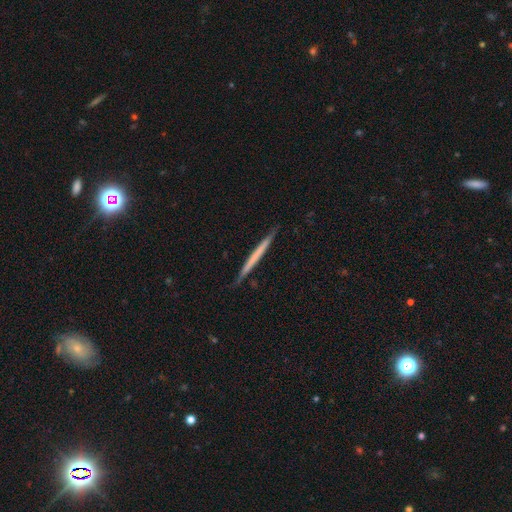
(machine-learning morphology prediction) Smooth or featured? Predicted: smooth (p=0.48). Merging? Predicted: none (p=0.89).